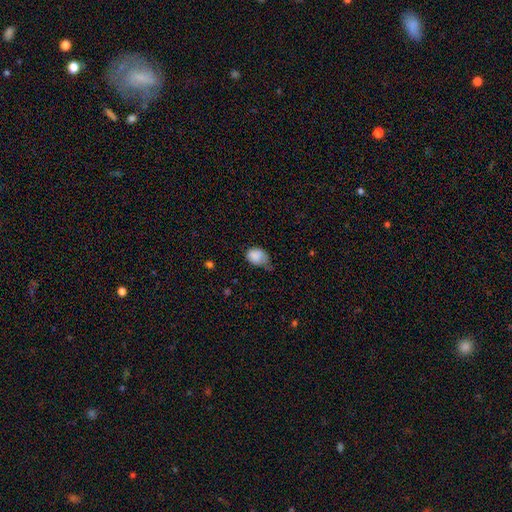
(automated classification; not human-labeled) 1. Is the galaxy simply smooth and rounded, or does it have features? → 84% smooth, 8% star or artifact, 8% featured or disk.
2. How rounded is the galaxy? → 62% in between, 37% round, 1% cigar-shaped.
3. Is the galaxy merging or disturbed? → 46% minor disturbance, 31% none, 19% major disturbance, 3% merger.